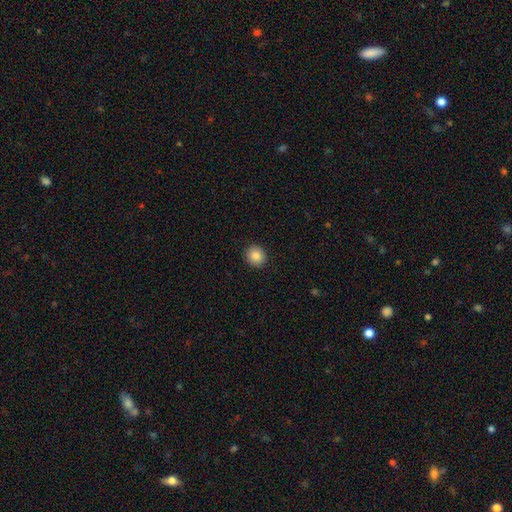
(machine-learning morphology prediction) smooth-or-featured: smooth: 86% | star or artifact: 9% | featured or disk: 5%
  how-rounded: round: 90% | in between: 9% | cigar-shaped: 1%
  merging: none: 92% | minor disturbance: 5% | major disturbance: 2% | merger: 1%